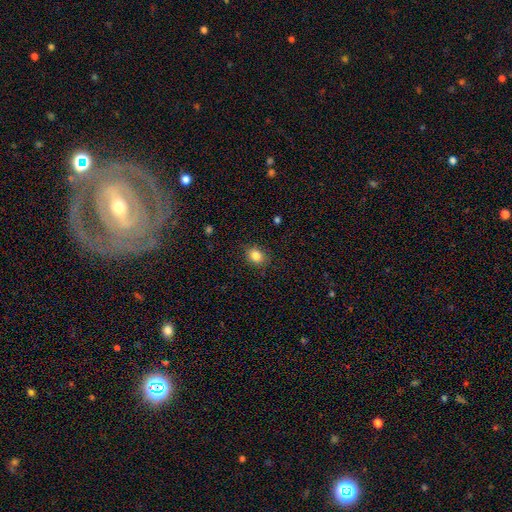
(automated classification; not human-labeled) Overall: smooth (84%). How rounded: in between (52%; round 47%). Merging: none (85%).